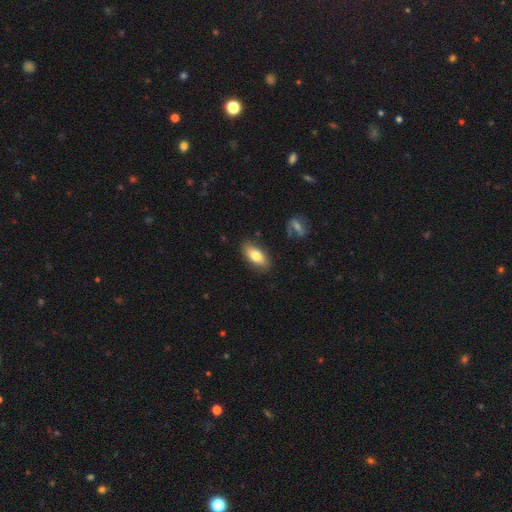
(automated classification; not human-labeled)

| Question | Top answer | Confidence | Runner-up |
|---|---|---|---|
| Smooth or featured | smooth | 77% | featured or disk (17%) |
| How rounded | in between | 90% | cigar-shaped (7%) |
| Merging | none | 83% | minor disturbance (12%) |